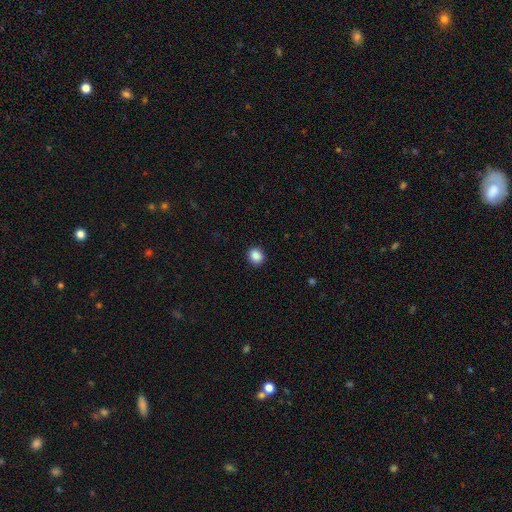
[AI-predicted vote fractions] Smooth or featured: smooth — 88% (star or artifact — 9%)
How rounded: round — 83% (in between — 16%)
Merging: none — 92% (minor disturbance — 5%)